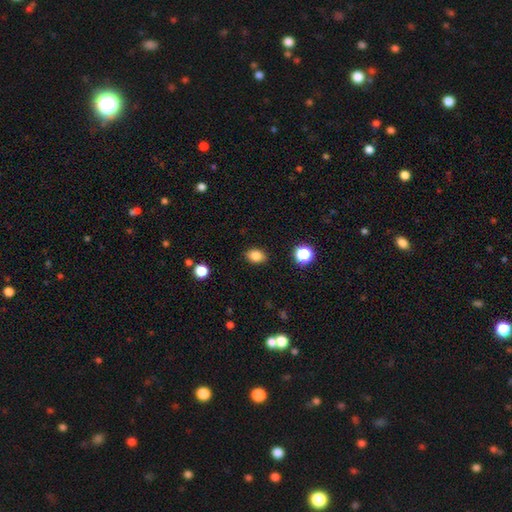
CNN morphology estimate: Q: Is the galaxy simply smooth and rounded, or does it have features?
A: smooth — 84%.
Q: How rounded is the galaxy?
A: in between — 68%.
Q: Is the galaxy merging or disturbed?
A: none — 87%.